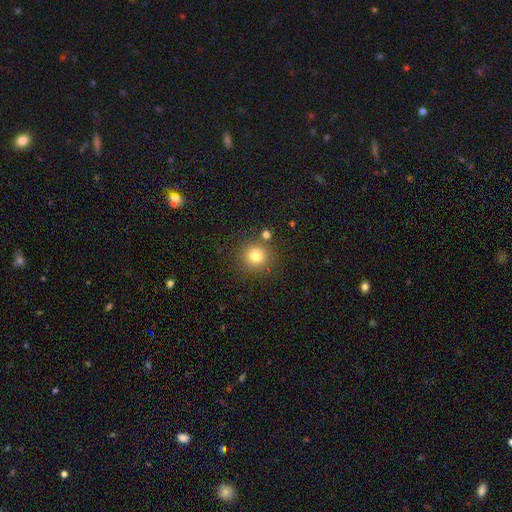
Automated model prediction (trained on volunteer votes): Smooth or featured? Predicted: smooth (p=0.80). How rounded? Predicted: round (p=0.93). Merging? Predicted: none (p=0.81).